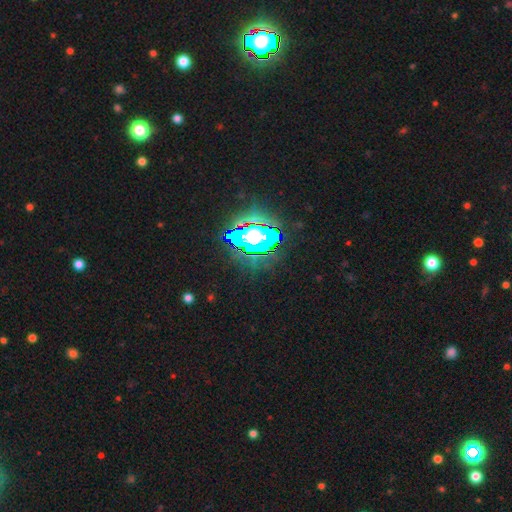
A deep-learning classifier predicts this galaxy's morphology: Smooth or featured? star or artifact (84%)